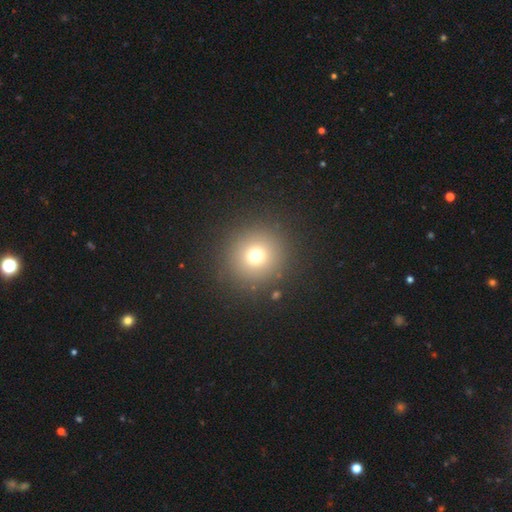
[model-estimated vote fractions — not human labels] smooth_or_featured: smooth (p=0.72) [alt: star or artifact p=0.18]
how_rounded: round (p=0.94) [alt: in between p=0.05]
merging: none (p=0.89) [alt: minor disturbance p=0.06]